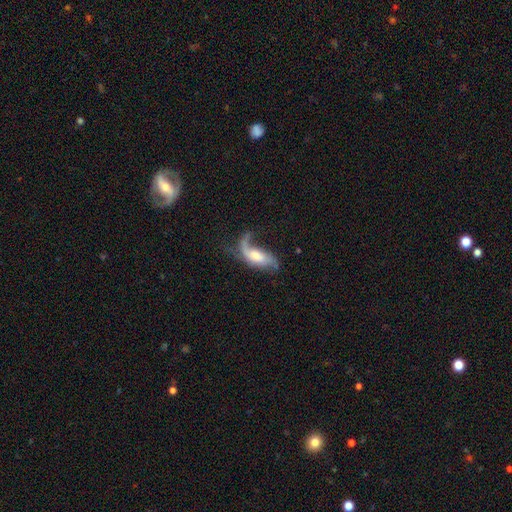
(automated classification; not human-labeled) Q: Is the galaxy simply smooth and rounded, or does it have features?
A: featured or disk — 64%.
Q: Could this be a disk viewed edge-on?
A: no — 90%.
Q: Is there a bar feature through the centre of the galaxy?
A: no — 54%.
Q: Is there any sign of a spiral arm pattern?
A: yes — 84%.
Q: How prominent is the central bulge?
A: moderate — 42%.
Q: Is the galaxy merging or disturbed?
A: major disturbance — 41%.